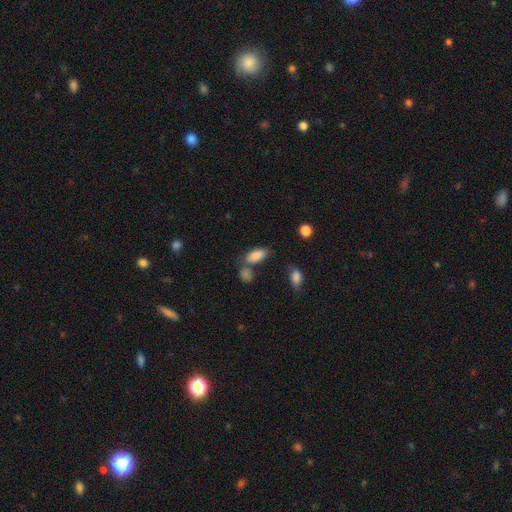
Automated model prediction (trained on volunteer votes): A smooth galaxy with no disk features (84%) that is in between round and cigar-shaped (90%).

Vote fractions:
- Smooth or featured? smooth: 84% / star or artifact: 8% / featured or disk: 8%
- How rounded? in between: 90% / cigar-shaped: 7% / round: 4%
- Merging? none: 56% / merger: 22% / minor disturbance: 17% / major disturbance: 6%